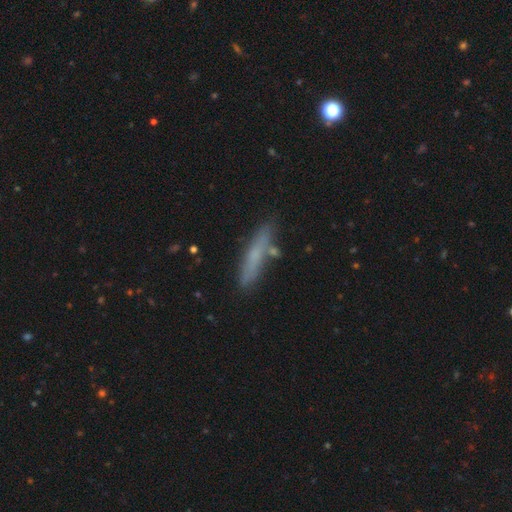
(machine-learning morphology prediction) Overall: smooth (59%; featured or disk 32%). How rounded: cigar-shaped (87%). Merging: none (76%).